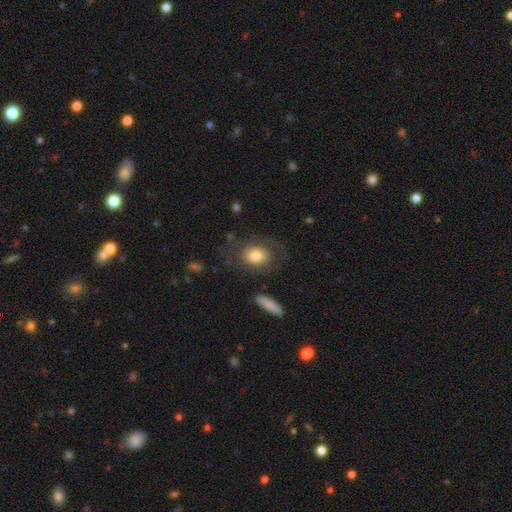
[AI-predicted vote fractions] This is likely a smooth galaxy (70%). How rounded: possibly in between (55%). Merging: likely none (63%).